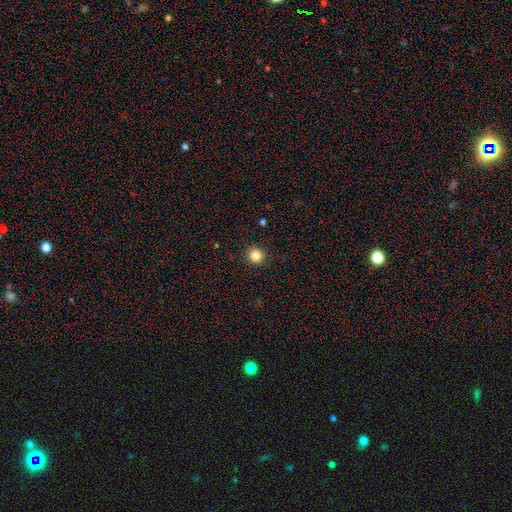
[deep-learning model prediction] Smooth or featured? smooth (84%)
How rounded? round (92%)
Merging? none (92%)